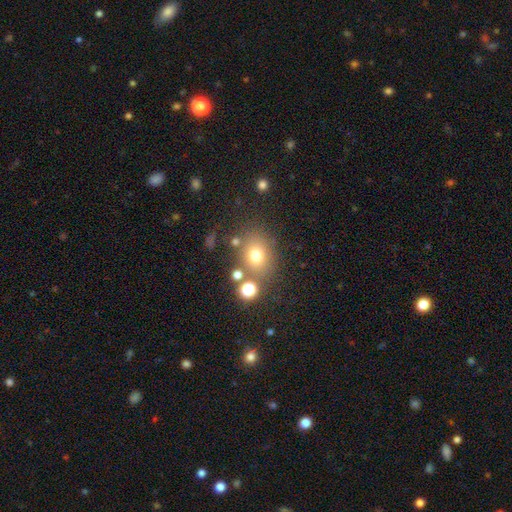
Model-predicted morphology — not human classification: The model was most divided on "how rounded": round: 53%, in between: 45%, cigar-shaped: 1%. More confident: merging — none (71%); smooth or featured — smooth (71%).